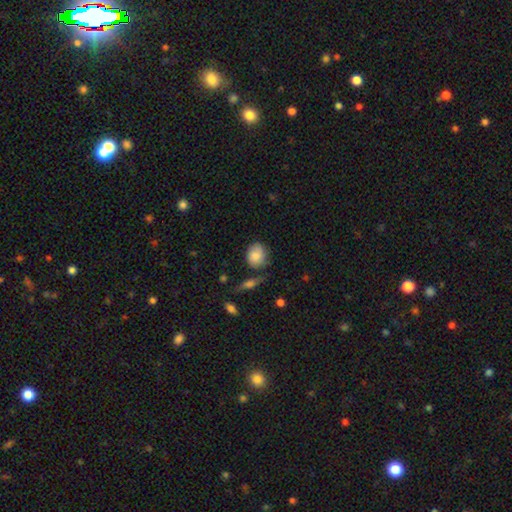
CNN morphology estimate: Smooth or featured? smooth (81%)
How rounded? round (56%)
Merging? none (62%)